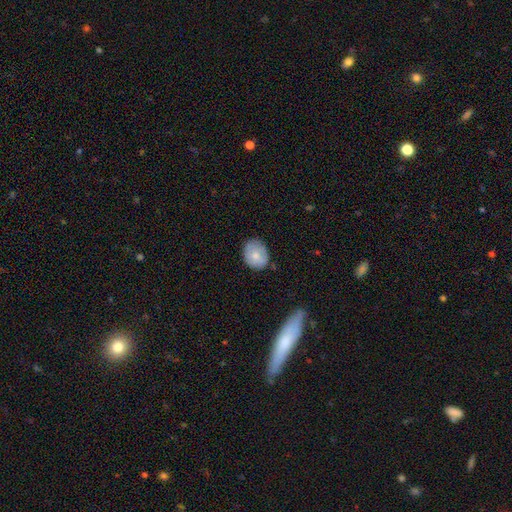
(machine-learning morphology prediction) Overall: smooth (76%). How rounded: round (53%; in between 46%). Merging: none (76%).